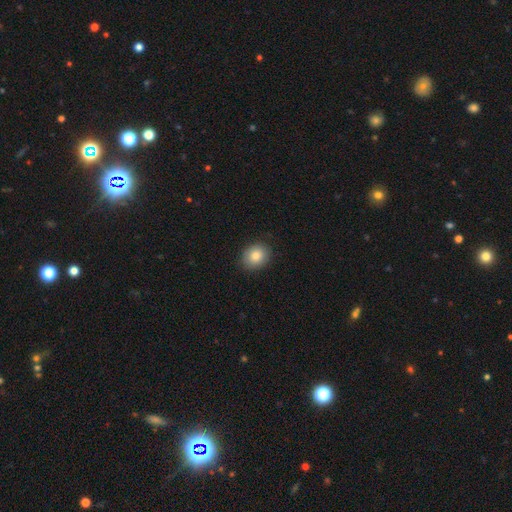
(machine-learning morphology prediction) Smooth or featured? Predicted: smooth (p=0.82). How rounded? Predicted: round (p=0.63). Merging? Predicted: none (p=0.88).